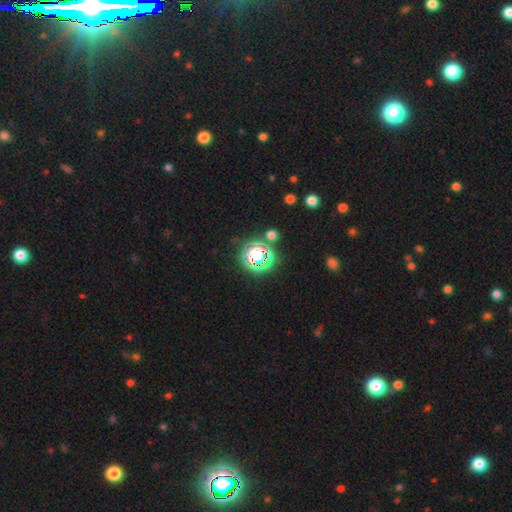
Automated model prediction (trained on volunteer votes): star or artifact 59%, smooth 29%, featured or disk 12%.